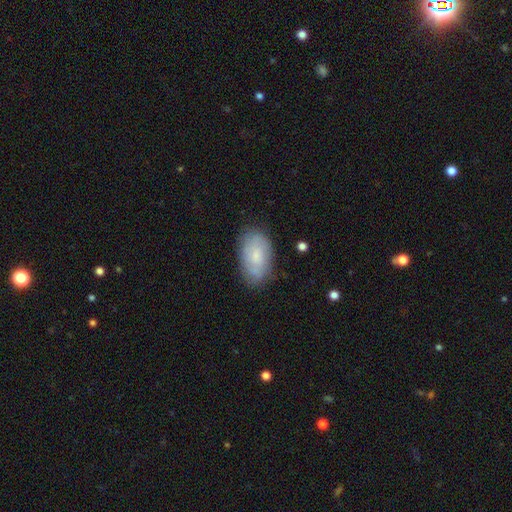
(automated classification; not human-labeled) This is likely a smooth galaxy (66%). How rounded: clearly in between (93%). Merging: likely none (76%).